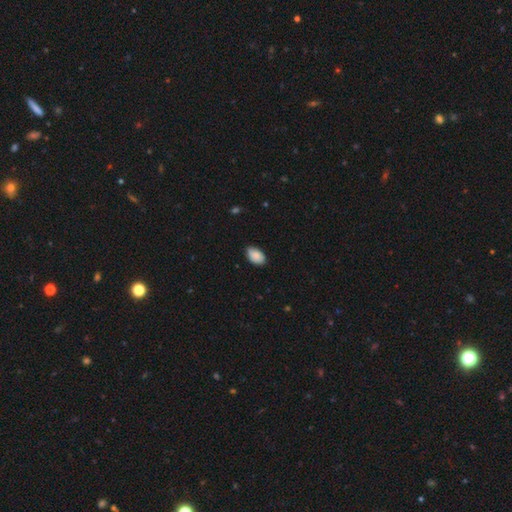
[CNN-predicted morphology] Q: Smooth or featured?
A: smooth (87%); runner-up: star or artifact (7%)
Q: How rounded?
A: in between (93%); runner-up: round (6%)
Q: Merging?
A: none (77%); runner-up: minor disturbance (19%)